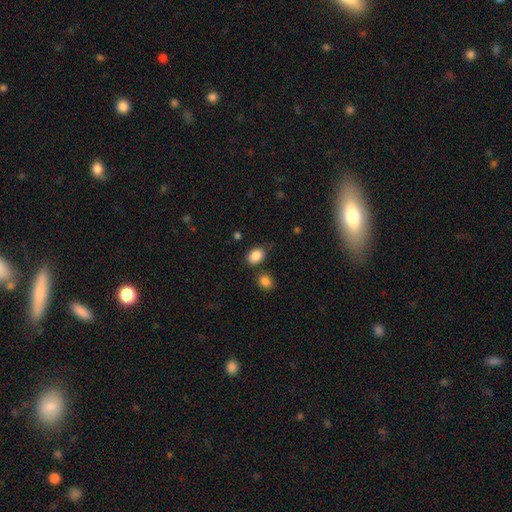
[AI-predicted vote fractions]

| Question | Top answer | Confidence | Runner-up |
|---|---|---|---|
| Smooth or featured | smooth | 87% | star or artifact (9%) |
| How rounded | in between | 76% | round (23%) |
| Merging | none | 76% | minor disturbance (13%) |